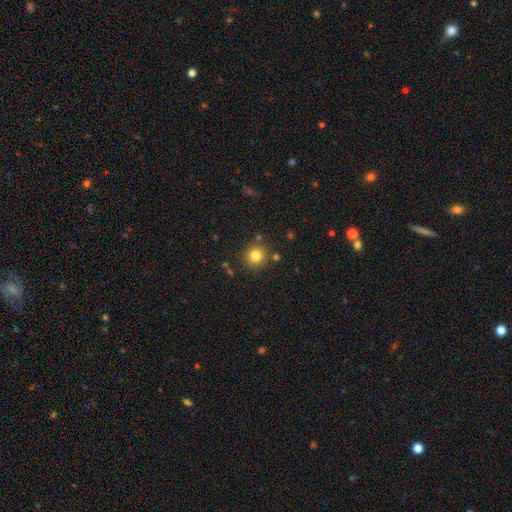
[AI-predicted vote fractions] Morphology: type=smooth (81%); roundness=round (92%); merging=none (86%).